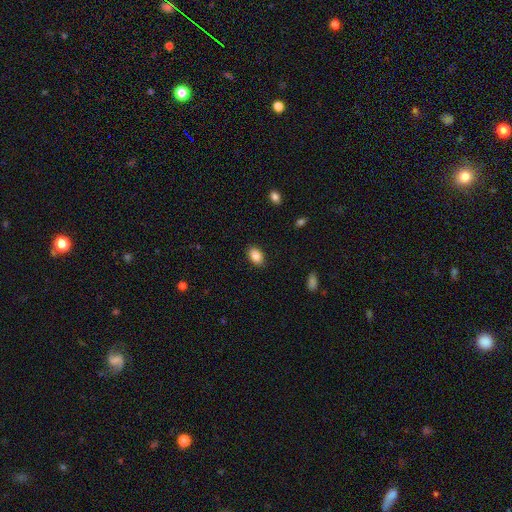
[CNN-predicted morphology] This is clearly a smooth galaxy (87%). How rounded: clearly in between (89%). Merging: clearly none (88%).